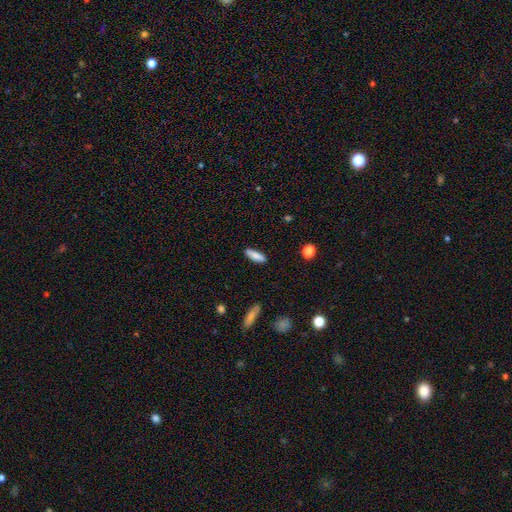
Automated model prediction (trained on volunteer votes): A smooth galaxy with no disk features (85%) that is cigar-shaped (53%). Merging: none (87%).